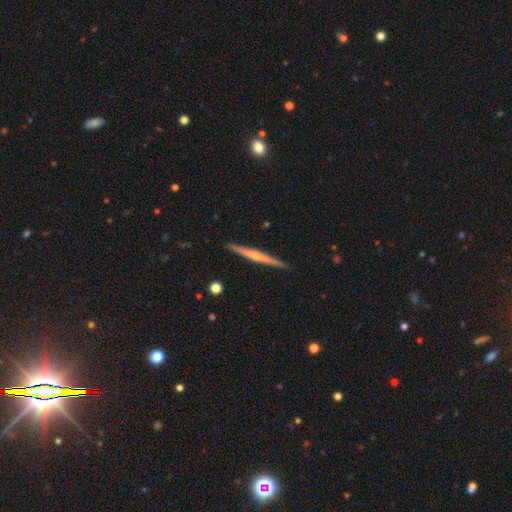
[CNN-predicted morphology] type=featured or disk (71%); edge-on=yes (98%); edge-on bulge=rounded (71%); merging=none (92%).